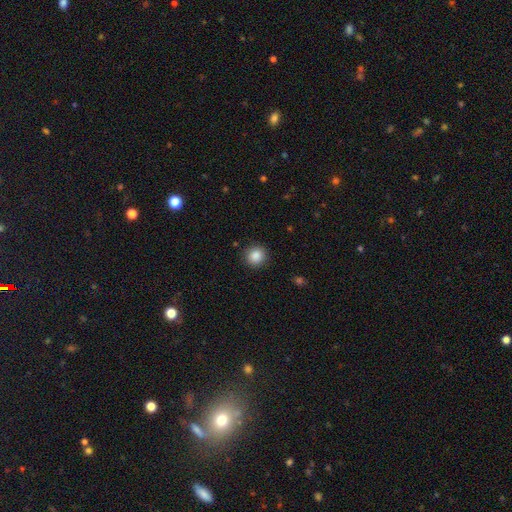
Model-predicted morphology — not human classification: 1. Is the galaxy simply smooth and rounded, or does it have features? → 87% smooth, 9% star or artifact, 3% featured or disk.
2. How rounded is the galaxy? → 91% round, 8% in between, 1% cigar-shaped.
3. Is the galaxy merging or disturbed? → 90% none, 7% minor disturbance, 2% major disturbance, 1% merger.